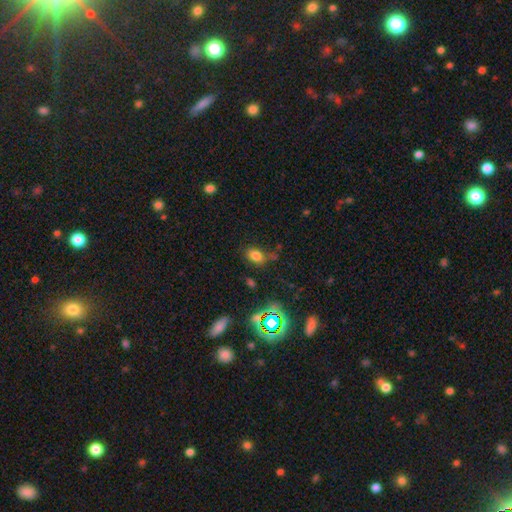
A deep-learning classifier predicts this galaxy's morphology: smooth-or-featured: smooth: 73% | star or artifact: 18% | featured or disk: 8%
  how-rounded: in between: 74% | round: 24% | cigar-shaped: 2%
  merging: none: 63% | minor disturbance: 21% | major disturbance: 9% | merger: 7%